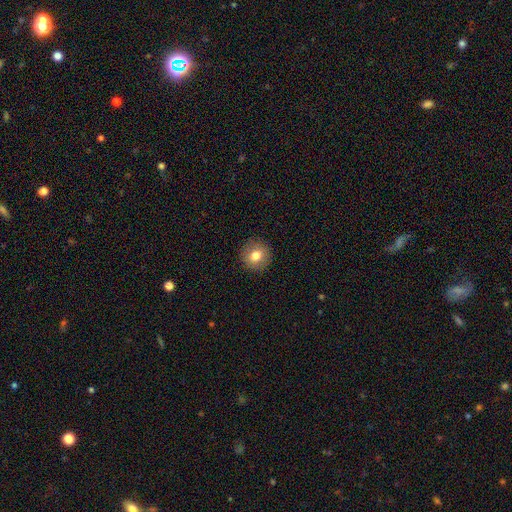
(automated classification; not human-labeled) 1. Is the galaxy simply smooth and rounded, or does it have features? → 78% smooth, 12% featured or disk, 9% star or artifact.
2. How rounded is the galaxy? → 91% round, 8% in between, 1% cigar-shaped.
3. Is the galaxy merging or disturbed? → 92% none, 5% minor disturbance, 2% major disturbance, 1% merger.